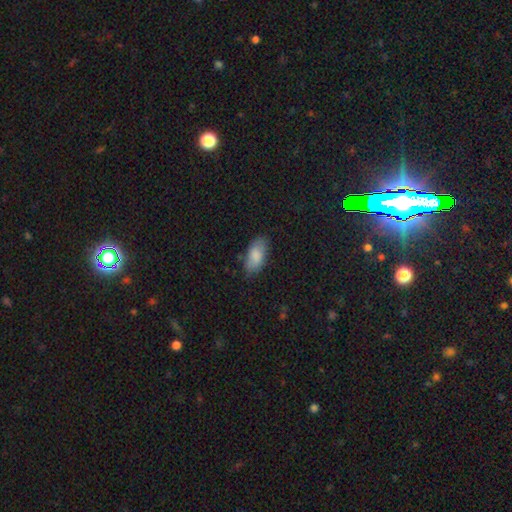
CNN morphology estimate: A smooth galaxy with no disk features (84%) that is in between round and cigar-shaped (93%). Merging: none (75%).